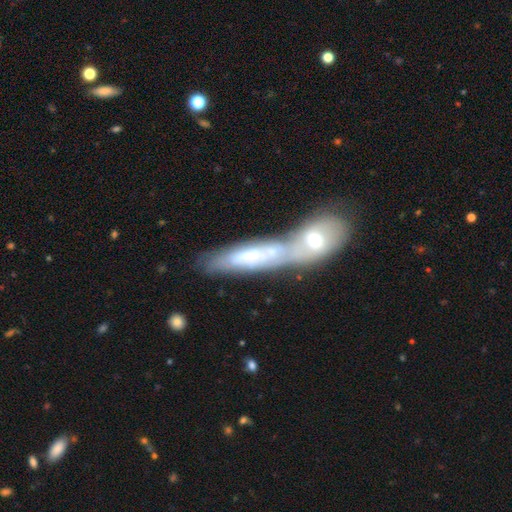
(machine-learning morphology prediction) A featured or disk galaxy (52%).

Vote fractions:
- Smooth or featured? featured or disk: 52% / smooth: 41% / star or artifact: 8%
- Edge-on disk? no: 58% / yes: 42%
- Merging? merger: 59% / none: 27% / minor disturbance: 9% / major disturbance: 4%